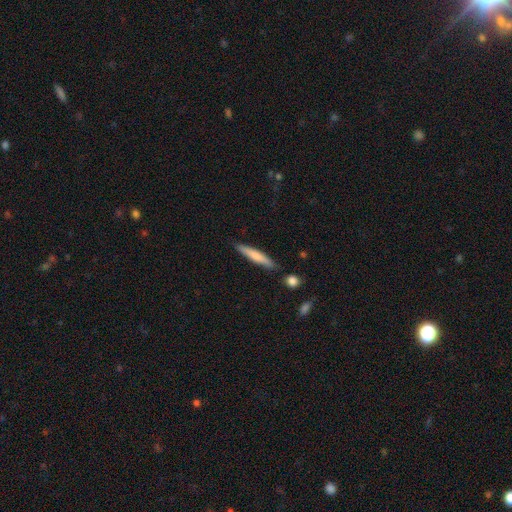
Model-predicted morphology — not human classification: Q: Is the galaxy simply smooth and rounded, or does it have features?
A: smooth — 70%.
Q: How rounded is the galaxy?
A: cigar-shaped — 91%.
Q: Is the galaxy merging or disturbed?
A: none — 84%.